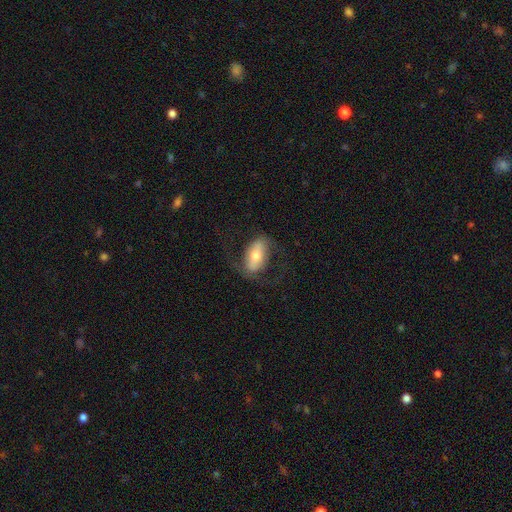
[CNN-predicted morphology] Q: Smooth or featured?
A: featured or disk (51%); runner-up: smooth (42%)
Q: Edge-on disk?
A: no (83%); runner-up: yes (17%)
Q: Merging?
A: none (70%); runner-up: minor disturbance (16%)